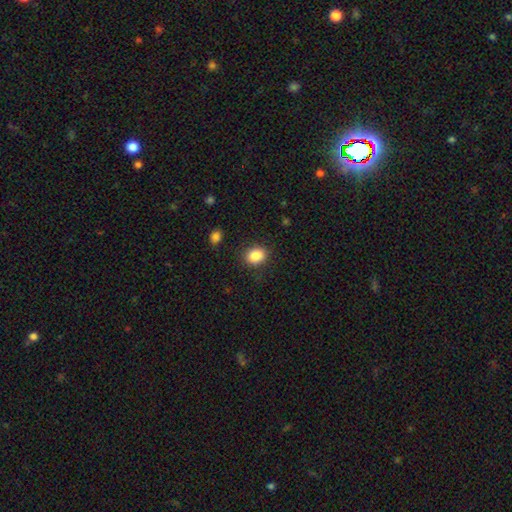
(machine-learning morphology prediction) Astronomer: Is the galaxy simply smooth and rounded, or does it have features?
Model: smooth — 87%.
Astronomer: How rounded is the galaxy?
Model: in between — 51% (runner-up: round, 48%).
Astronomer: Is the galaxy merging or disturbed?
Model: none — 85%.